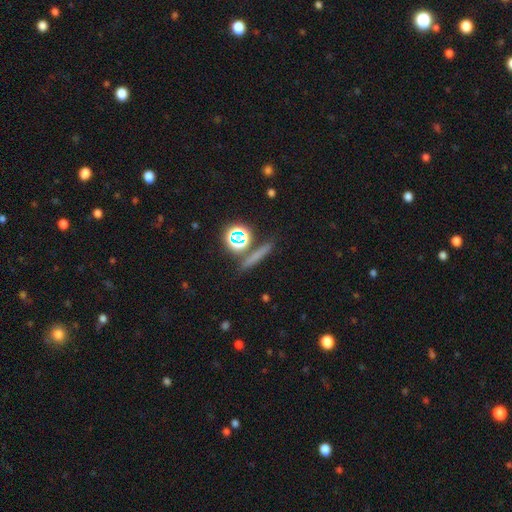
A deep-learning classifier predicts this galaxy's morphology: Smooth or featured: smooth — 52% (star or artifact — 26%)
How rounded: cigar-shaped — 73% (round — 19%)
Merging: none — 83% (minor disturbance — 8%)